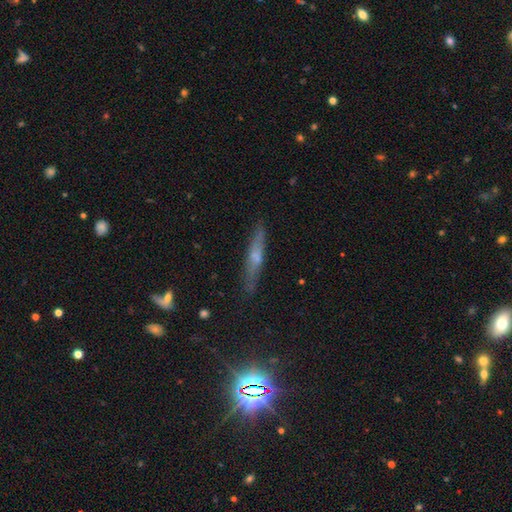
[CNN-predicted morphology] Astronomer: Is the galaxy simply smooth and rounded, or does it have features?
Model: featured or disk — 46% (runner-up: smooth, 45%).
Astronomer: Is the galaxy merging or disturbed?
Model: none — 82%.